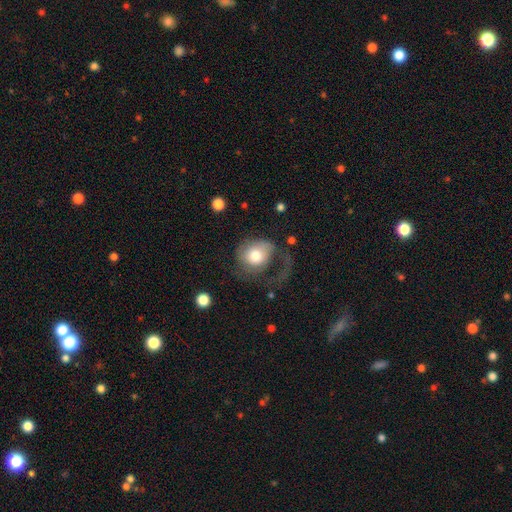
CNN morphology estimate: This appears to be a smooth galaxy with no disk features (59%) that is round (69%). Merging: major disturbance (54%).